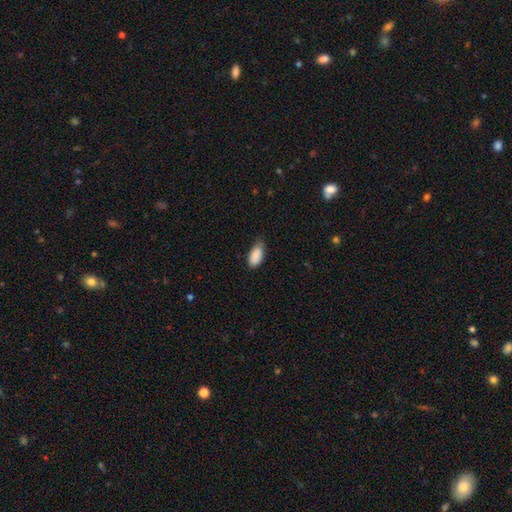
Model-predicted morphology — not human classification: Q: Smooth or featured?
A: smooth (89%); runner-up: star or artifact (7%)
Q: How rounded?
A: in between (93%); runner-up: cigar-shaped (5%)
Q: Merging?
A: none (57%); runner-up: minor disturbance (36%)